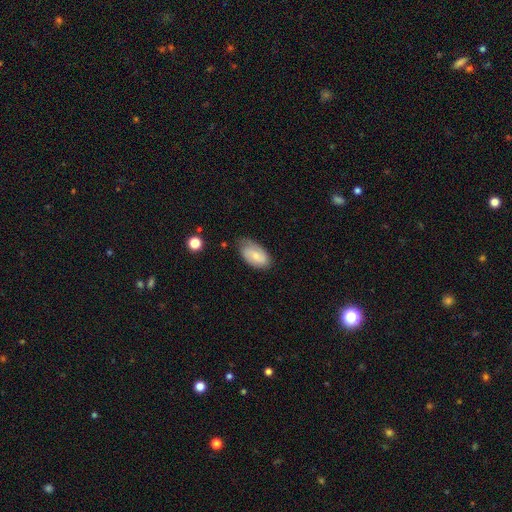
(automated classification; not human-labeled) Q: Smooth or featured?
A: smooth (64%); runner-up: featured or disk (29%)
Q: How rounded?
A: in between (94%); runner-up: round (4%)
Q: Merging?
A: none (60%); runner-up: minor disturbance (31%)